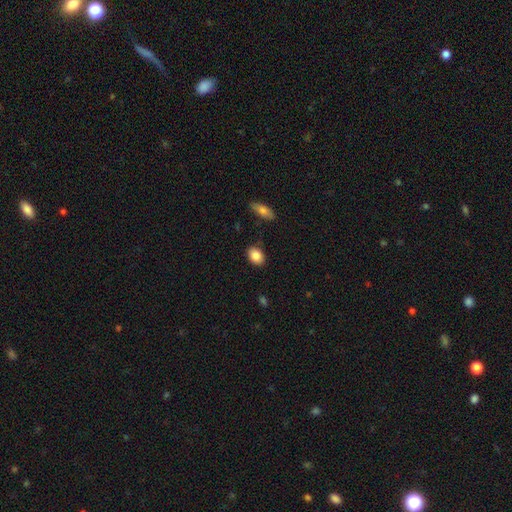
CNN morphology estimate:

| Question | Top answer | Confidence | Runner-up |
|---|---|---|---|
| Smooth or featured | smooth | 85% | star or artifact (8%) |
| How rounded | in between | 77% | round (22%) |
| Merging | none | 86% | minor disturbance (10%) |